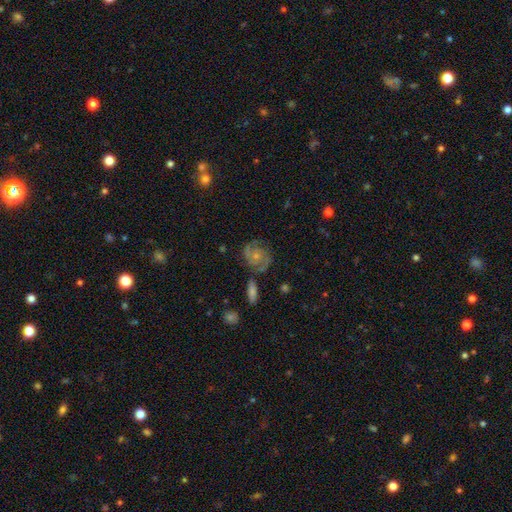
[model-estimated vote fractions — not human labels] smooth-or-featured: featured or disk: 78% | smooth: 15% | star or artifact: 7%
  disk-edge-on: no: 97% | yes: 3%
    bar: no: 74% | weak: 22% | strong: 4%
    has-spiral-arms: yes: 94% | no: 6%
      spiral-winding: medium: 45% | tight: 42% | loose: 13%
      spiral-arm-count: 2: 75% | can't tell: 10% | 3: 8% | 1: 3% | 4: 2% | more than 4: 2%
    bulge-size: small: 55% | moderate: 36% | none: 5% | large: 2% | dominant: 1%
  merging: none: 68% | minor disturbance: 18% | major disturbance: 8% | merger: 6%